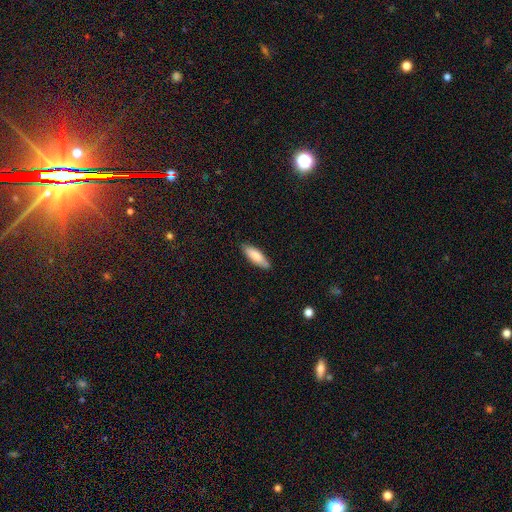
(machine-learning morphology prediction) The model was most divided on "how rounded": in between: 58%, cigar-shaped: 40%, round: 2%. More confident: merging — none (82%); smooth or featured — smooth (82%).